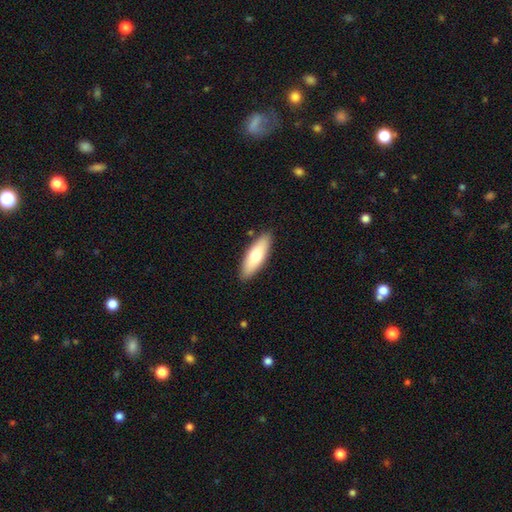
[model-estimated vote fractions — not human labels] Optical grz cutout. It shows a smooth galaxy with no disk features (72%) that is in between round and cigar-shaped (56%). Merging: none (87%).